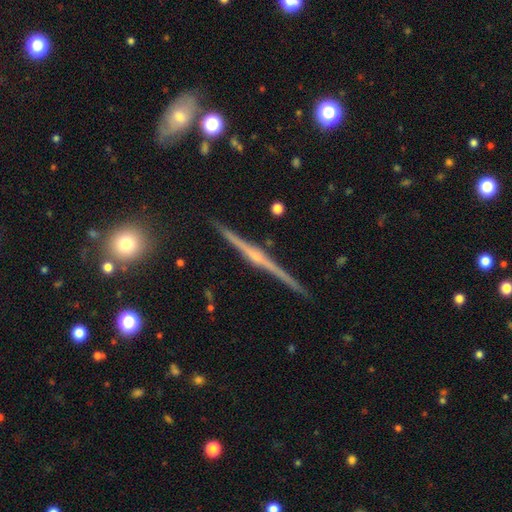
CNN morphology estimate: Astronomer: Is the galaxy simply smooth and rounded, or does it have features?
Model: featured or disk — 85%.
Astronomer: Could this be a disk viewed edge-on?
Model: yes — 98%.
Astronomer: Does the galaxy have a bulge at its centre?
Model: rounded — 72%.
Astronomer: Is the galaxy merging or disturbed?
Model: none — 91%.